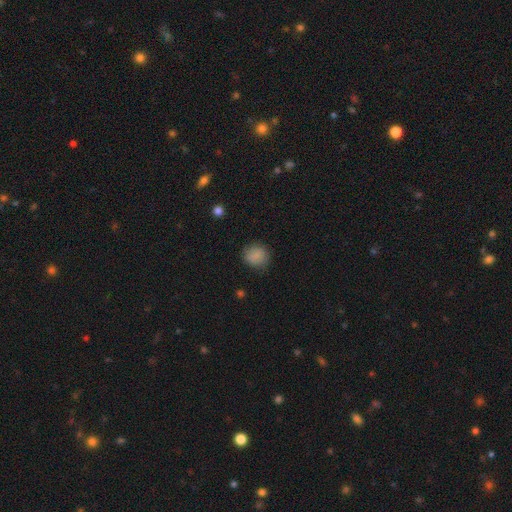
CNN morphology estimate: This is clearly a smooth galaxy (84%). How rounded: clearly round (80%). Merging: clearly none (82%).